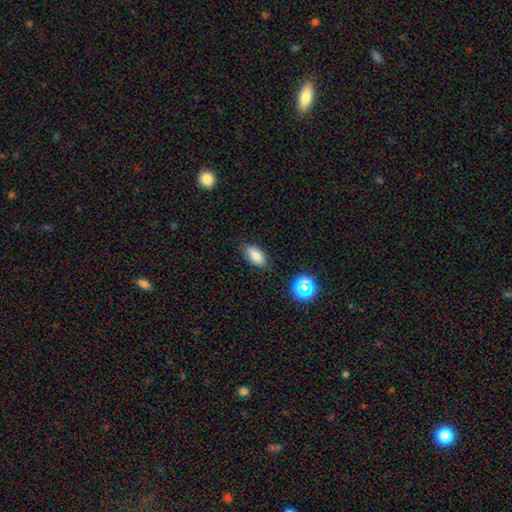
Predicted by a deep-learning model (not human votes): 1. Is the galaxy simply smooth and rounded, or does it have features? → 82% smooth, 11% star or artifact, 6% featured or disk.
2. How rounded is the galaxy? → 89% in between, 6% cigar-shaped, 5% round.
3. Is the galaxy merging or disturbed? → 82% none, 13% minor disturbance, 3% major disturbance, 2% merger.